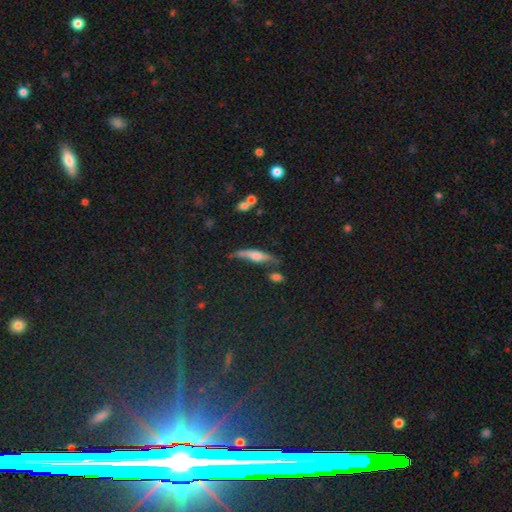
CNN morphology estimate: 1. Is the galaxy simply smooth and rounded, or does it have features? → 48% featured or disk, 42% smooth, 10% star or artifact.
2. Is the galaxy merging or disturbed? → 58% none, 25% minor disturbance, 9% merger, 8% major disturbance.